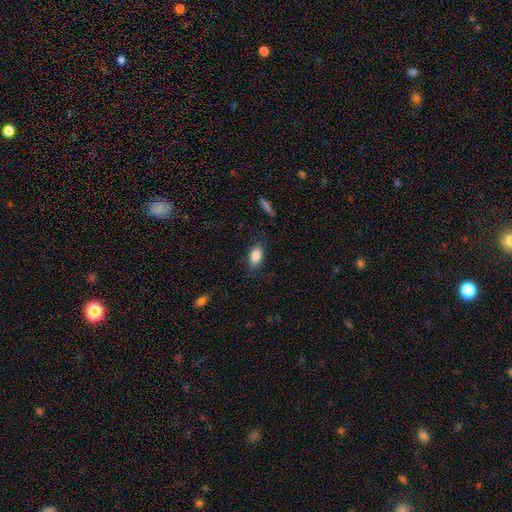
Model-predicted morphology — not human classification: Overall: smooth (86%). How rounded: in between (89%). Merging: none (82%).